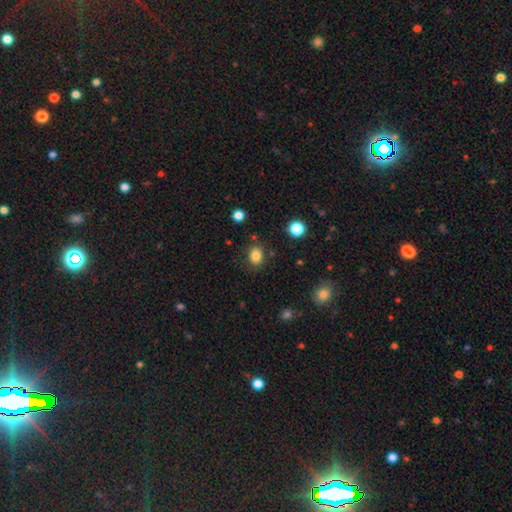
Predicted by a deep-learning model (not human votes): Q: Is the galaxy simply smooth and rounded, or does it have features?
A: smooth — 85%.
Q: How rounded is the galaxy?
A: in between — 59%.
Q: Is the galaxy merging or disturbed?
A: none — 81%.